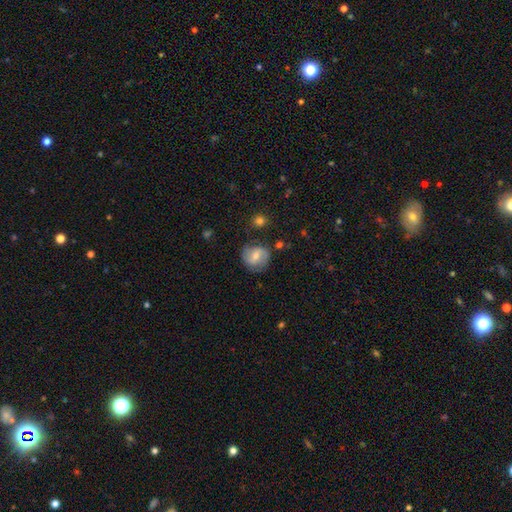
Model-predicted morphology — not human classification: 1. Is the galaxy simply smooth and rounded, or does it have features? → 55% featured or disk, 36% smooth, 9% star or artifact.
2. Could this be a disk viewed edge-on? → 97% no, 3% yes.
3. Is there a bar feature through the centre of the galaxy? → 48% weak, 32% no, 21% strong.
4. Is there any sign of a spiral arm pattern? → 84% yes, 16% no.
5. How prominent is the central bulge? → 56% moderate, 38% small, 3% large, 2% none, 1% dominant.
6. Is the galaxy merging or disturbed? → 76% none, 16% minor disturbance, 6% major disturbance, 2% merger.